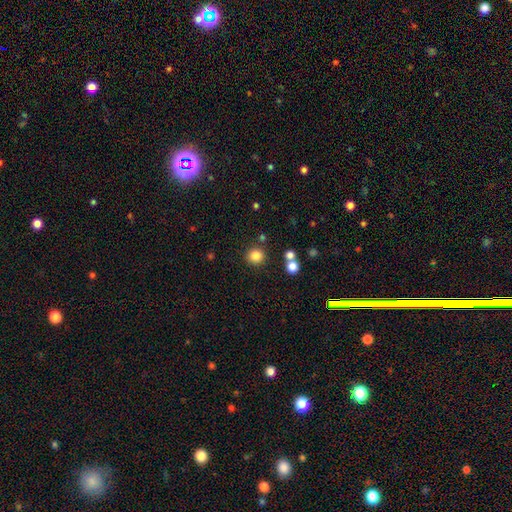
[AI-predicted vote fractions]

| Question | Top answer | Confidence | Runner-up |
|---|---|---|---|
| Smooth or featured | smooth | 84% | star or artifact (12%) |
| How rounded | round | 91% | in between (8%) |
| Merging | none | 85% | minor disturbance (7%) |